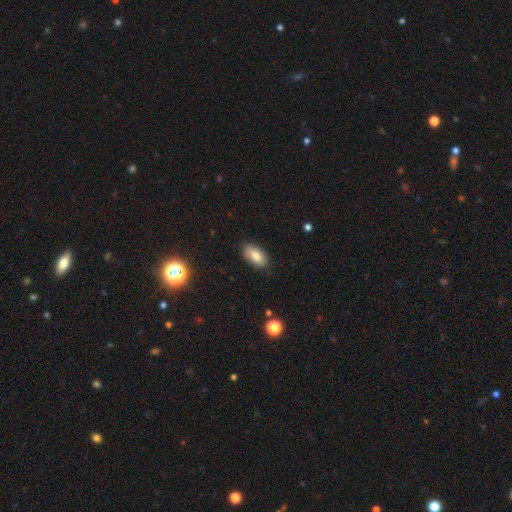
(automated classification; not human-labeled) Morphology: type=smooth (82%); roundness=in between (92%); merging=none (85%).